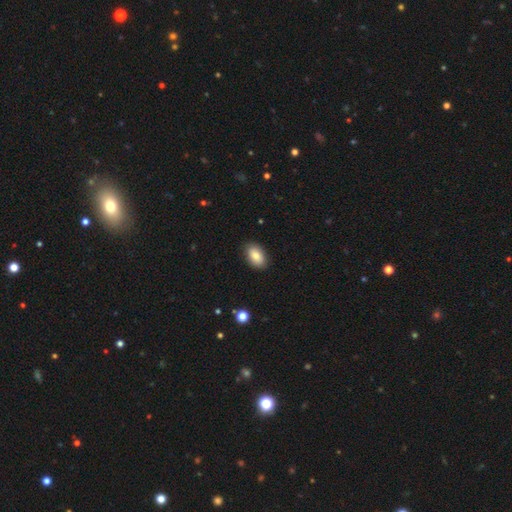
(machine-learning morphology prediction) A smooth galaxy with no disk features (82%) that is in between round and cigar-shaped (91%). Merging: none (88%).